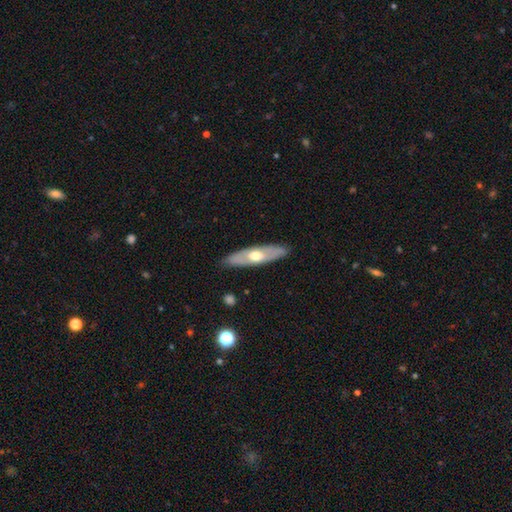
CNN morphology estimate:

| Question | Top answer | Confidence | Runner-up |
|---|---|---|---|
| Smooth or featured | featured or disk | 50% | smooth (45%) |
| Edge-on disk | yes | 53% | no (47%) |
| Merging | none | 87% | minor disturbance (10%) |